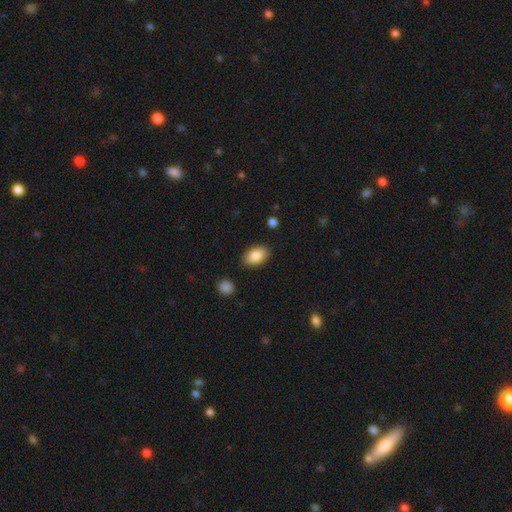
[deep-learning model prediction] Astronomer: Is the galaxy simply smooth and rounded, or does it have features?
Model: smooth — 87%.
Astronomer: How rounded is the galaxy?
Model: in between — 89%.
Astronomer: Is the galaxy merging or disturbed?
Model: none — 86%.